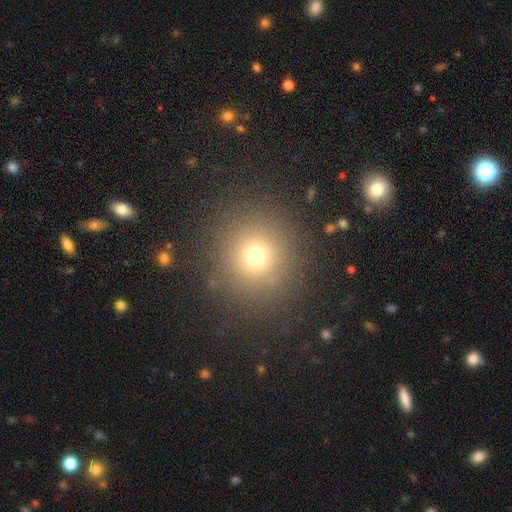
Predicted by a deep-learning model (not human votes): A smooth galaxy with no disk features (71%) that is round (93%). Merging: none (89%).